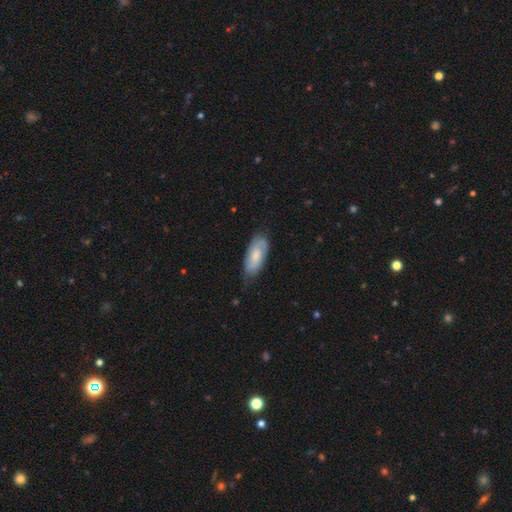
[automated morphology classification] Smooth or featured: smooth — 59% (featured or disk — 35%)
How rounded: in between — 85% (cigar-shaped — 13%)
Merging: none — 67% (minor disturbance — 26%)